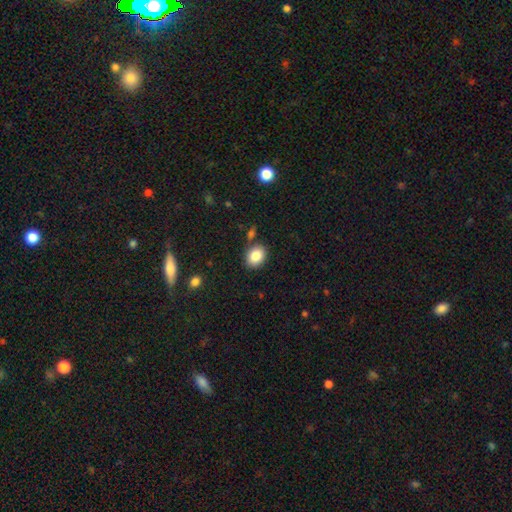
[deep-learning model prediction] smooth-or-featured: smooth: 85% | star or artifact: 9% | featured or disk: 6%
  how-rounded: in between: 59% | round: 40% | cigar-shaped: 1%
  merging: none: 78% | minor disturbance: 12% | merger: 7% | major disturbance: 3%